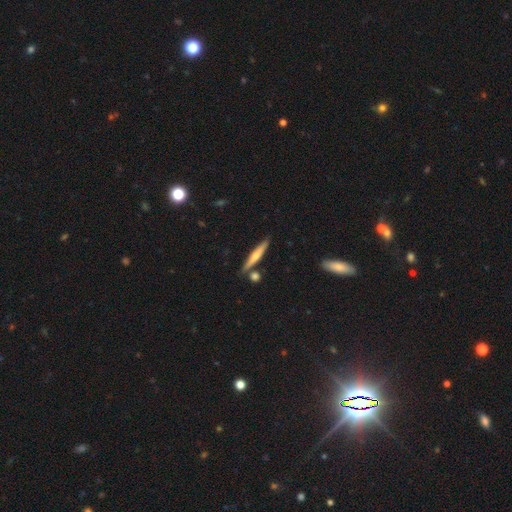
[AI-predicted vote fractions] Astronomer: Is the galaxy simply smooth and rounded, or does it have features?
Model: featured or disk — 50% (runner-up: smooth, 44%).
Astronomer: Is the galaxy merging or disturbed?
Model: none — 81%.